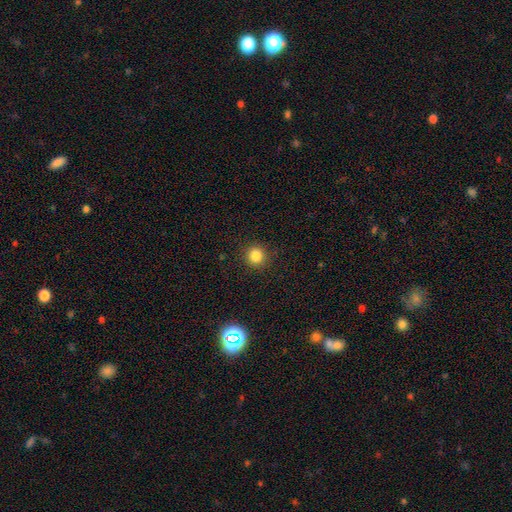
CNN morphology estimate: Overall: smooth (84%). How rounded: round (91%). Merging: none (91%).